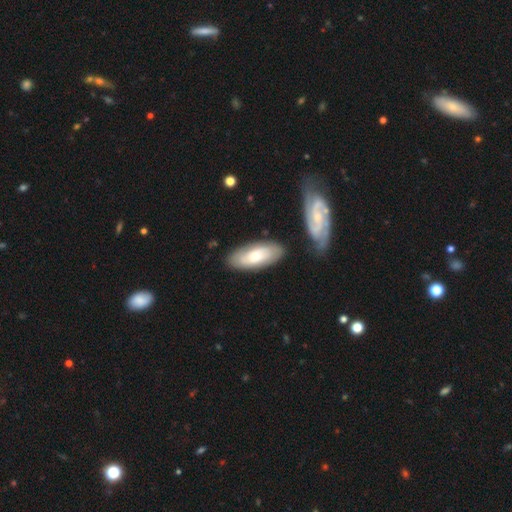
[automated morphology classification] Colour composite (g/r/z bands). It shows a smooth galaxy with no disk features (53%) that is in between round and cigar-shaped (81%). Merging: none (78%).